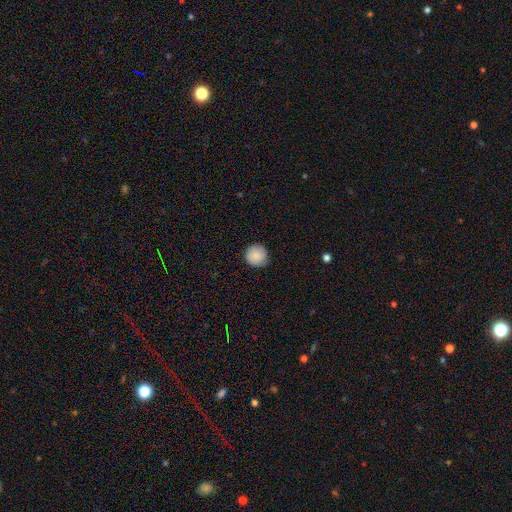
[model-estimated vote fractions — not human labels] A smooth galaxy with no disk features (87%) that is round (96%). Merging: none (90%).